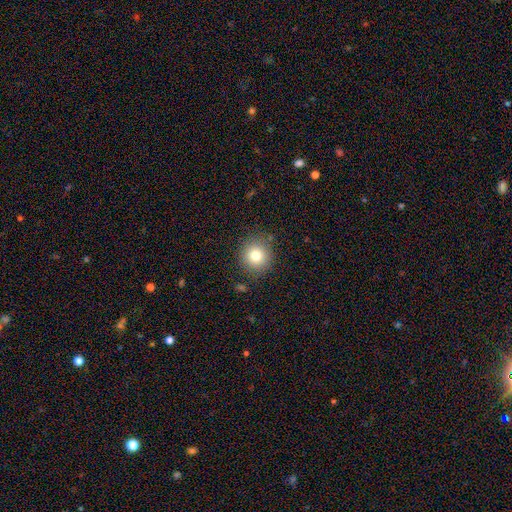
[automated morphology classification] A smooth galaxy with no disk features (79%) that is round (91%). Merging: none (86%).